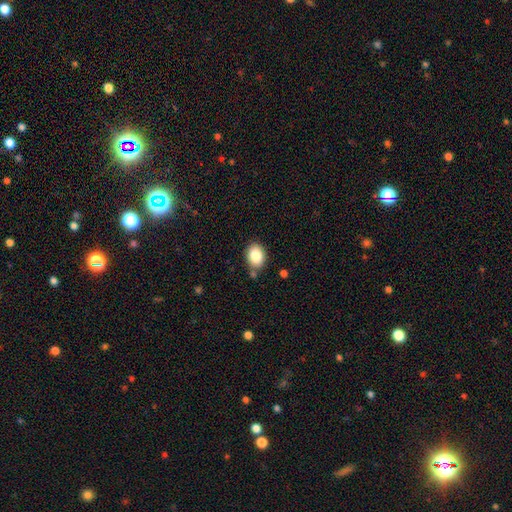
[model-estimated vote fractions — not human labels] Morphology: type=smooth (85%); roundness=in between (66%); merging=none (78%).